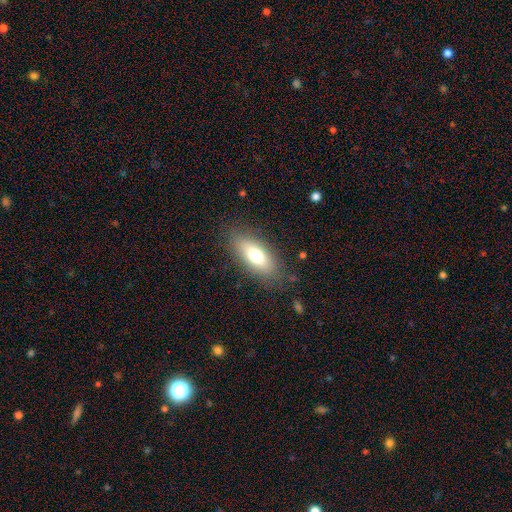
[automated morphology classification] Smooth or featured? smooth (71%)
How rounded? in between (80%)
Merging? none (83%)